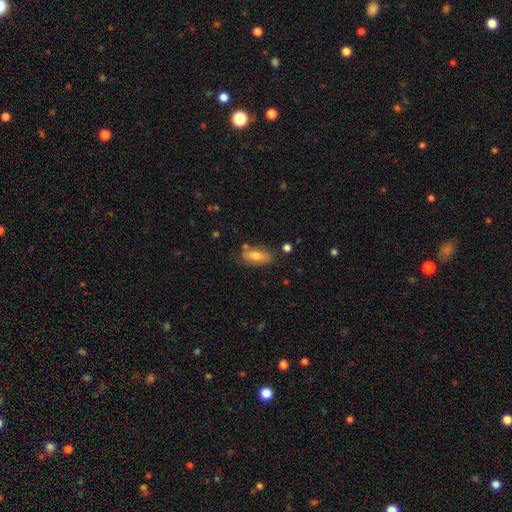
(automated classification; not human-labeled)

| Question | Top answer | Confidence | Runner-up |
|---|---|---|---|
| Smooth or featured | smooth | 68% | featured or disk (24%) |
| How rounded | in between | 83% | cigar-shaped (13%) |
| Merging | none | 76% | minor disturbance (16%) |